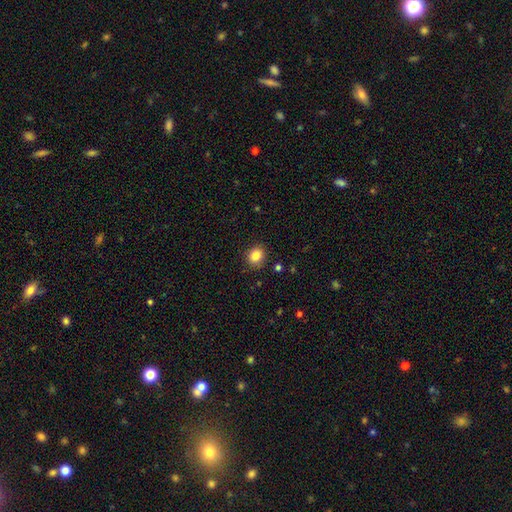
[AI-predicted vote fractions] Smooth or featured? Predicted: smooth (p=0.85). How rounded? Predicted: round (p=0.69). Merging? Predicted: none (p=0.88).